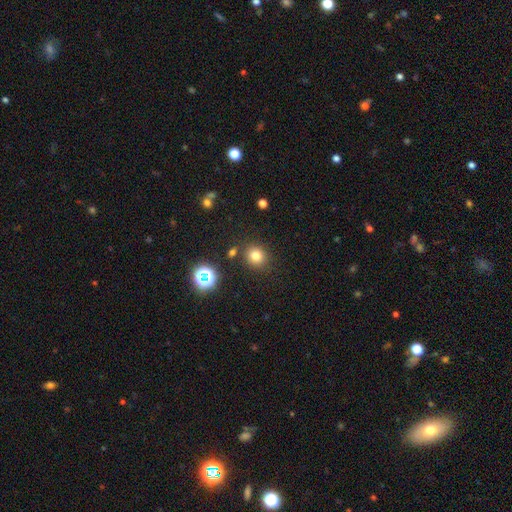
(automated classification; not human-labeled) smooth-or-featured: smooth: 76% | star or artifact: 17% | featured or disk: 6%
  how-rounded: round: 85% | in between: 14% | cigar-shaped: 1%
  merging: none: 84% | minor disturbance: 8% | merger: 5% | major disturbance: 3%